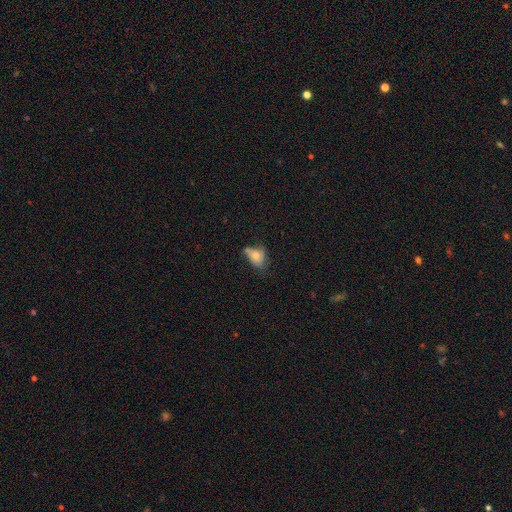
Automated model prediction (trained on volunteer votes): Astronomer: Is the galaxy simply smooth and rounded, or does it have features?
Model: smooth — 65%.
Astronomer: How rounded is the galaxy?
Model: in between — 79%.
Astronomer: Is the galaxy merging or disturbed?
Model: none — 35%, tied with minor disturbance at 35%.